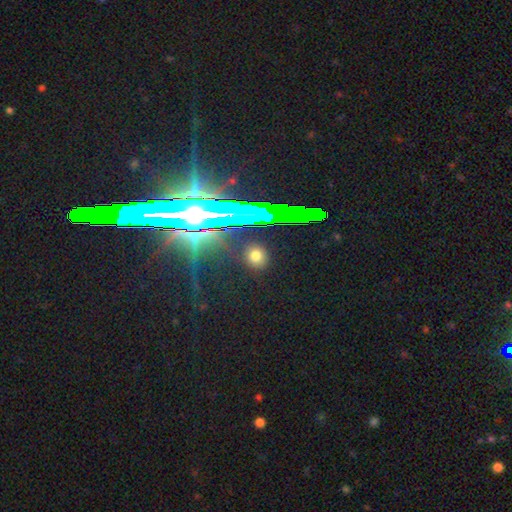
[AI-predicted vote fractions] Smooth or featured? Predicted: smooth (p=0.68). How rounded? Predicted: round (p=0.79). Merging? Predicted: none (p=0.90).